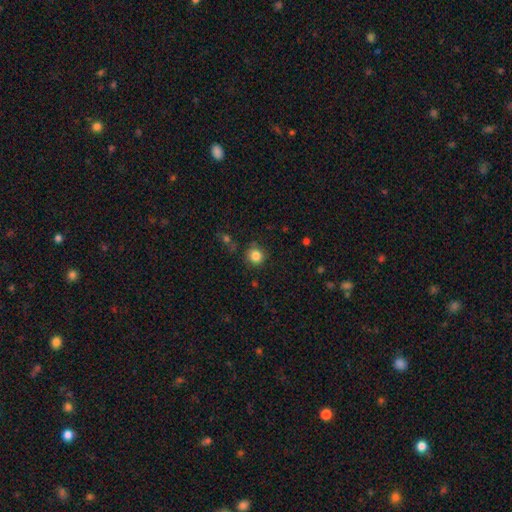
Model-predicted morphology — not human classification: Smooth or featured? smooth (84%)
How rounded? round (92%)
Merging? none (84%)